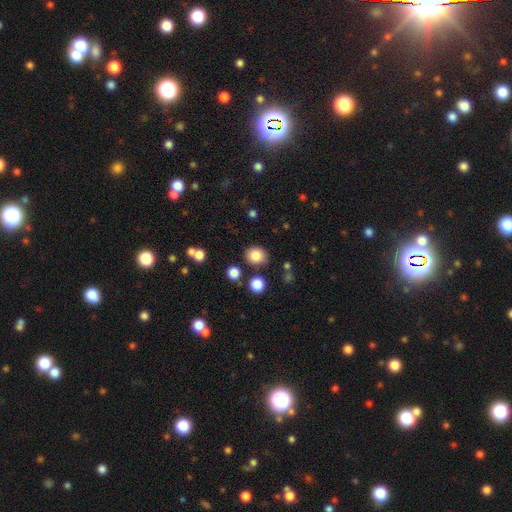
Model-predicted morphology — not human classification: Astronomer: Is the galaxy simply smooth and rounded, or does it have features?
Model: smooth — 83%.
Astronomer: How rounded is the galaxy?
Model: round — 70%.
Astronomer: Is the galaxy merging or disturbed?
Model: none — 82%.